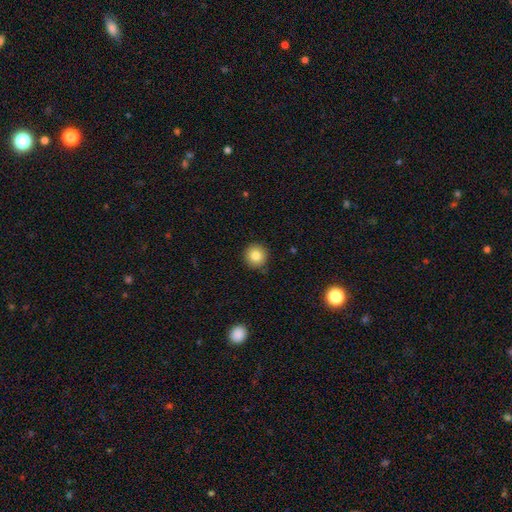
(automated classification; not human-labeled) Smooth or featured? Predicted: smooth (p=0.83). How rounded? Predicted: round (p=0.93). Merging? Predicted: none (p=0.87).